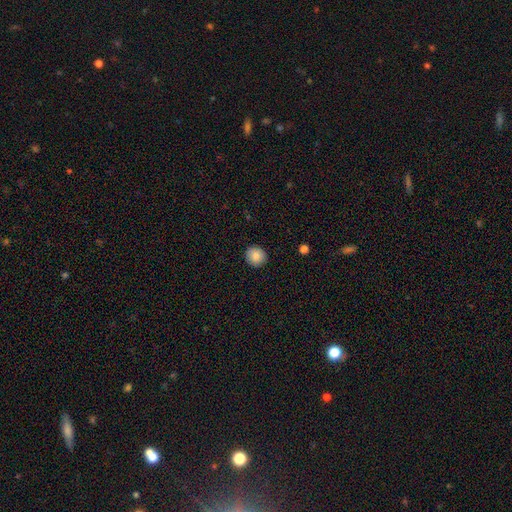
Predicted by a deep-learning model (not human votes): smooth-or-featured: smooth: 85% | star or artifact: 8% | featured or disk: 7%
  how-rounded: round: 89% | in between: 10% | cigar-shaped: 1%
  merging: none: 91% | minor disturbance: 6% | major disturbance: 2% | merger: 1%